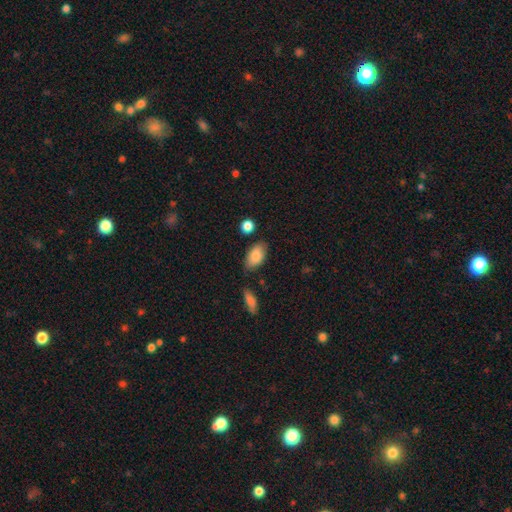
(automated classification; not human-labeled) Smooth or featured? Predicted: smooth (p=0.85). How rounded? Predicted: in between (p=0.93). Merging? Predicted: none (p=0.75).